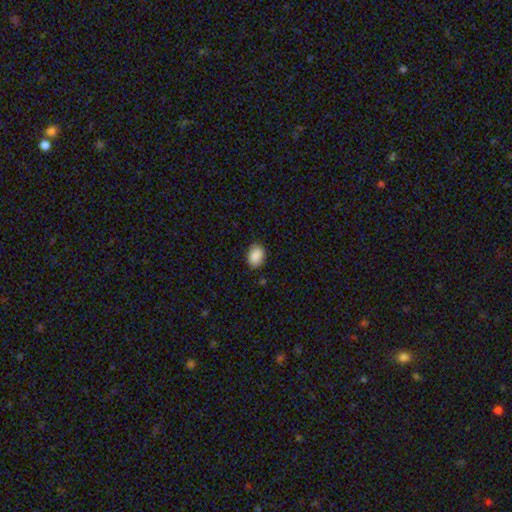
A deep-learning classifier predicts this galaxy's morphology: Smooth or featured? Predicted: smooth (p=0.89). How rounded? Predicted: in between (p=0.80). Merging? Predicted: none (p=0.82).